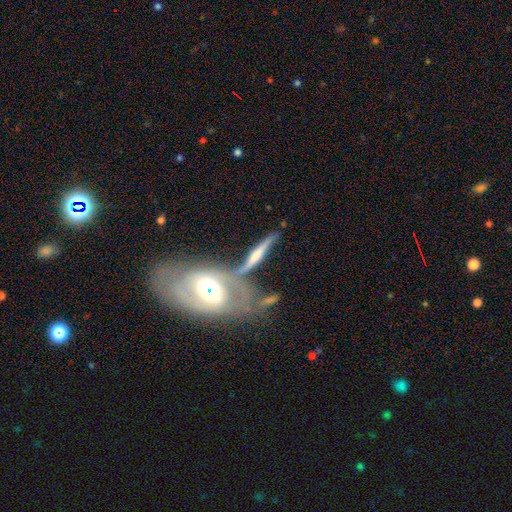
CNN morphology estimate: type=featured or disk (67%); edge-on=yes (59%); merging=none (52%).